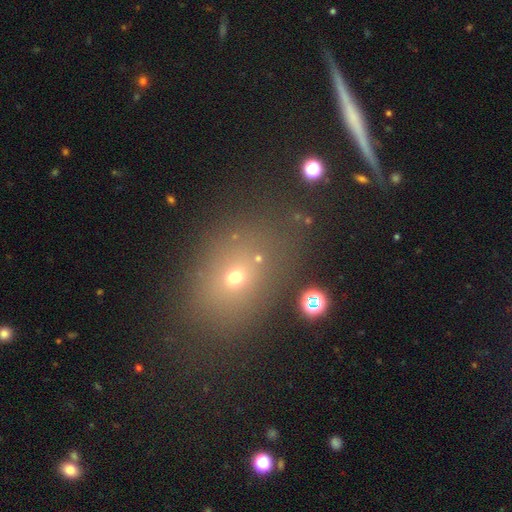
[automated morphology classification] This appears to be a smooth galaxy with no disk features (59%) that is in between round and cigar-shaped (58%). Merging: none (74%).